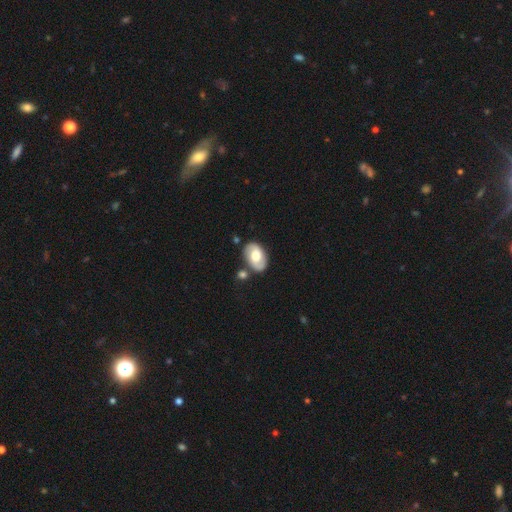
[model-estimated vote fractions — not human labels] smooth-or-featured: featured or disk: 55% | smooth: 39% | star or artifact: 6%
  disk-edge-on: no: 95% | yes: 5%
    bar: no: 60% | weak: 31% | strong: 9%
    has-spiral-arms: yes: 75% | no: 25%
    bulge-size: moderate: 69% | large: 21% | small: 7% | dominant: 2% | none: 1%
  merging: none: 70% | minor disturbance: 15% | merger: 11% | major disturbance: 4%